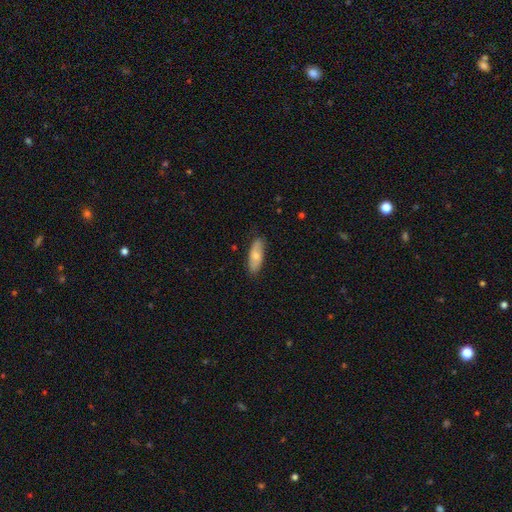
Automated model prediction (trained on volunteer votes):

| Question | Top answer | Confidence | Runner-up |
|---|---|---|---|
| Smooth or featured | smooth | 67% | featured or disk (27%) |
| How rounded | in between | 72% | cigar-shaped (26%) |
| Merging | none | 84% | minor disturbance (13%) |